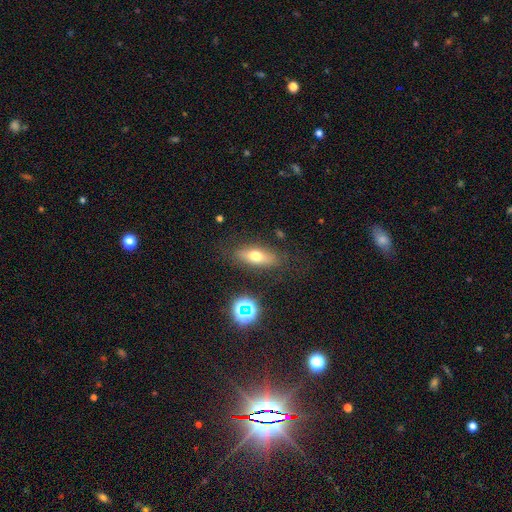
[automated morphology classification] Q: Smooth or featured?
A: smooth (62%); runner-up: featured or disk (26%)
Q: How rounded?
A: in between (64%); runner-up: cigar-shaped (30%)
Q: Merging?
A: none (81%); runner-up: minor disturbance (12%)